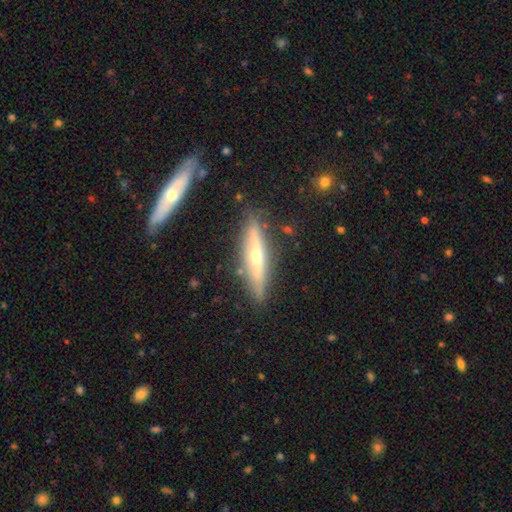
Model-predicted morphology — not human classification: Smooth or featured?
  - featured or disk: 66% *
  - smooth: 27%
  - star or artifact: 7%
Edge-on disk?
  - yes: 91% *
  - no: 9%
Edge-on bulge?
  - rounded: 85% *
  - none: 12%
  - boxy: 3%
Merging?
  - none: 83% *
  - minor disturbance: 11%
  - merger: 3%
  - major disturbance: 2%